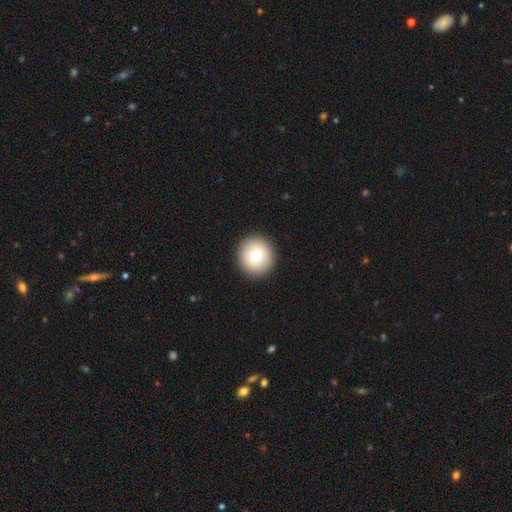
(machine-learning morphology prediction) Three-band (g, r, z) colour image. It shows a smooth galaxy with no disk features (76%) that is round (95%). Merging: none (93%).